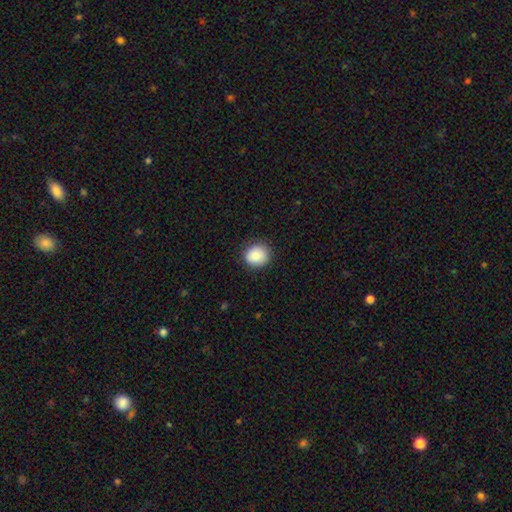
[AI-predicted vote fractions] Morphology: type=smooth (83%); roundness=round (85%); merging=none (87%).